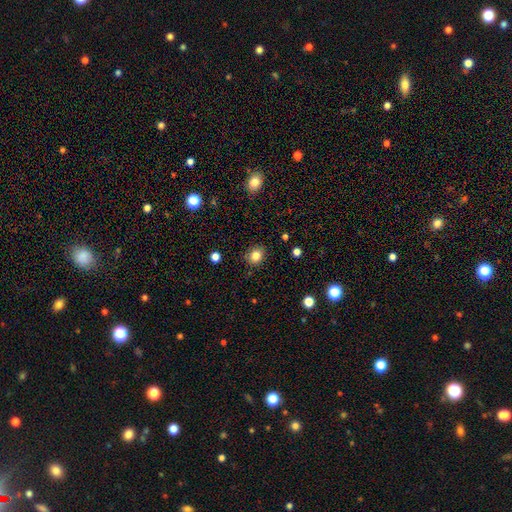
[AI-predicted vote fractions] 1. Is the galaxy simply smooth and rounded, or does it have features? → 83% smooth, 12% star or artifact, 6% featured or disk.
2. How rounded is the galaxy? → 75% round, 24% in between, 1% cigar-shaped.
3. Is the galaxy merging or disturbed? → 87% none, 9% minor disturbance, 2% major disturbance, 1% merger.